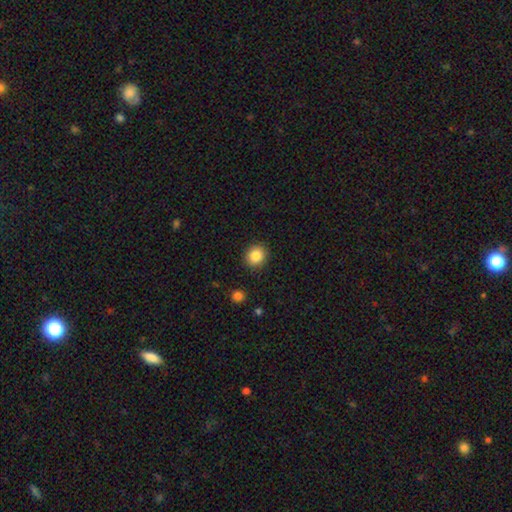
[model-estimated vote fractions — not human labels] A smooth galaxy with no disk features (84%) that is round (85%).

Vote fractions:
- Smooth or featured? smooth: 84% / star or artifact: 10% / featured or disk: 6%
- How rounded? round: 85% / in between: 14% / cigar-shaped: 1%
- Merging? none: 91% / minor disturbance: 6% / major disturbance: 2% / merger: 1%